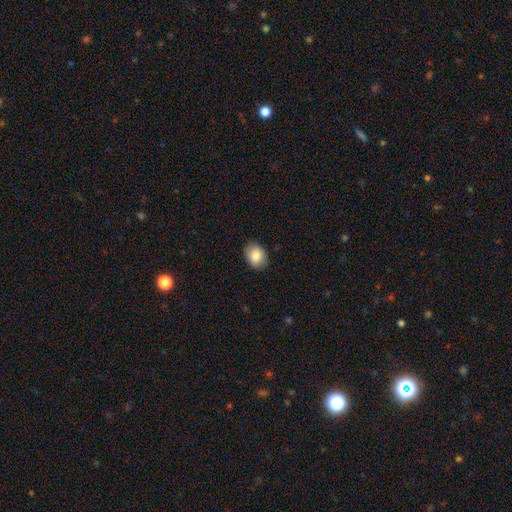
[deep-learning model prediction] This is clearly a smooth galaxy (85%). How rounded: likely in between (65%). Merging: clearly none (85%).